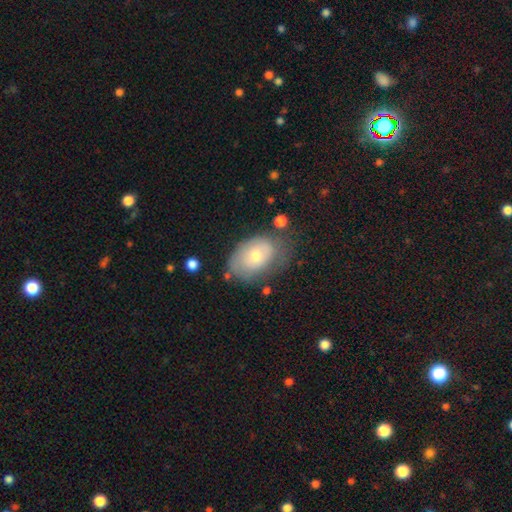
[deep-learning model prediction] smooth-or-featured: smooth: 61% | featured or disk: 32% | star or artifact: 7%
  how-rounded: in between: 83% | round: 16% | cigar-shaped: 1%
  merging: none: 51% | minor disturbance: 30% | major disturbance: 14% | merger: 4%